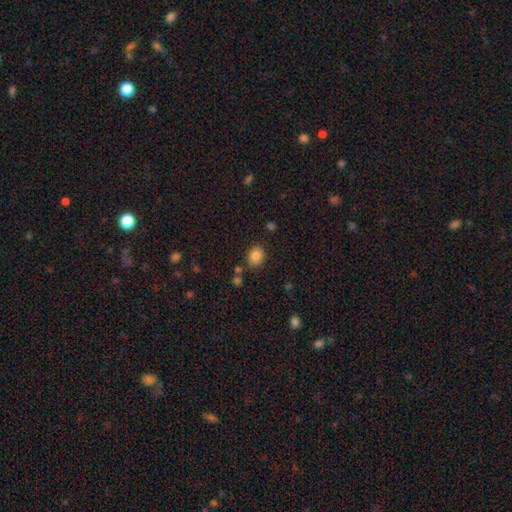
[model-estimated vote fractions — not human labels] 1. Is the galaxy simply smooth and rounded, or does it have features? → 85% smooth, 10% star or artifact, 5% featured or disk.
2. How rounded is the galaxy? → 52% round, 47% in between, 1% cigar-shaped.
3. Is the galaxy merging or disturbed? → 81% none, 11% minor disturbance, 4% merger, 3% major disturbance.